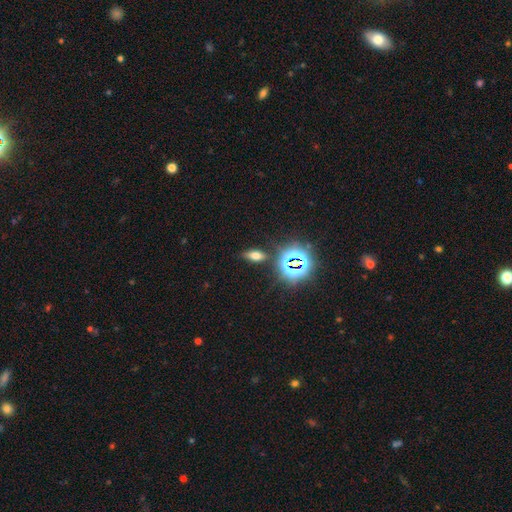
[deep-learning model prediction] This appears to be a smooth galaxy with no disk features (55%) that is in between round and cigar-shaped (73%). Merging: none (83%).